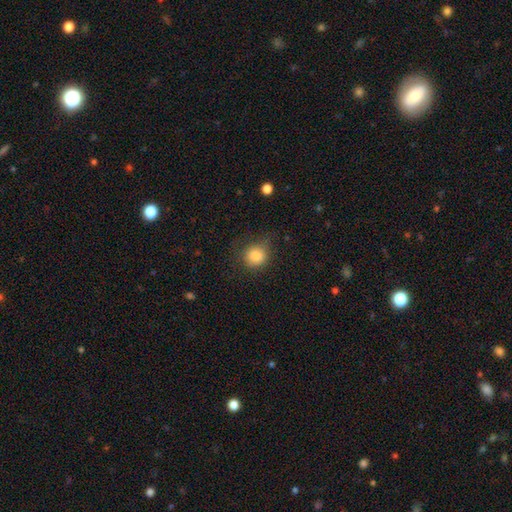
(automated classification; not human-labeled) This appears to be a smooth galaxy with no disk features (84%) that is round (85%). Merging: none (72%).